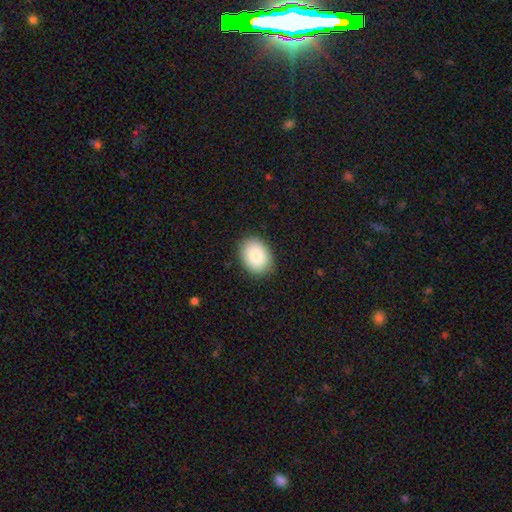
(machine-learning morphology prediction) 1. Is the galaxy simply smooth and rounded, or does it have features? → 85% smooth, 8% featured or disk, 7% star or artifact.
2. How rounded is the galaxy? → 70% in between, 29% round, 1% cigar-shaped.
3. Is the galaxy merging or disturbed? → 87% none, 10% minor disturbance, 2% major disturbance, 1% merger.